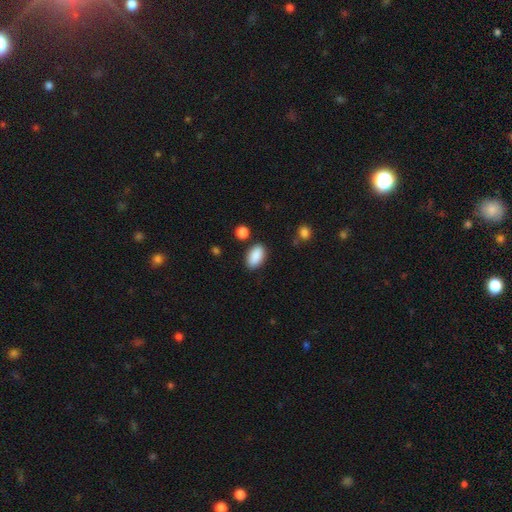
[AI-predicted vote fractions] smooth 89%, star or artifact 7%, featured or disk 4%. Down the decision tree: how rounded — in between (93%); merging — none (83%).